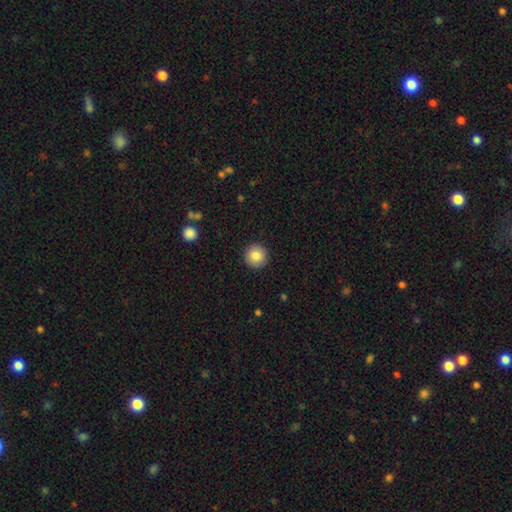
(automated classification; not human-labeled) A smooth galaxy with no disk features (84%) that is round (94%).

Vote fractions:
- Smooth or featured? smooth: 84% / star or artifact: 8% / featured or disk: 7%
- How rounded? round: 94% / in between: 5% / cigar-shaped: 1%
- Merging? none: 92% / minor disturbance: 5% / major disturbance: 2% / merger: 1%